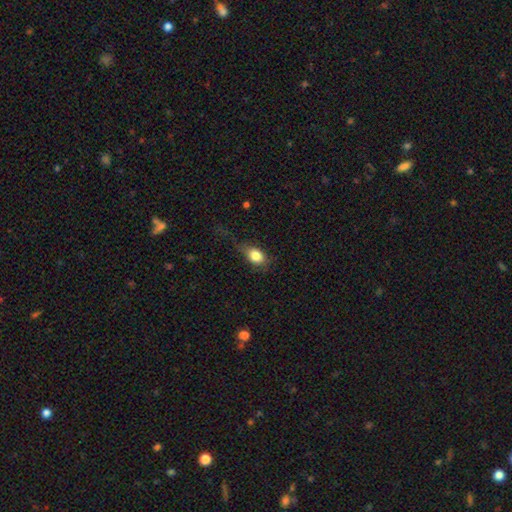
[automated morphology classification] This is clearly a smooth galaxy (81%). How rounded: likely in between (72%). Merging: possibly none (46%).